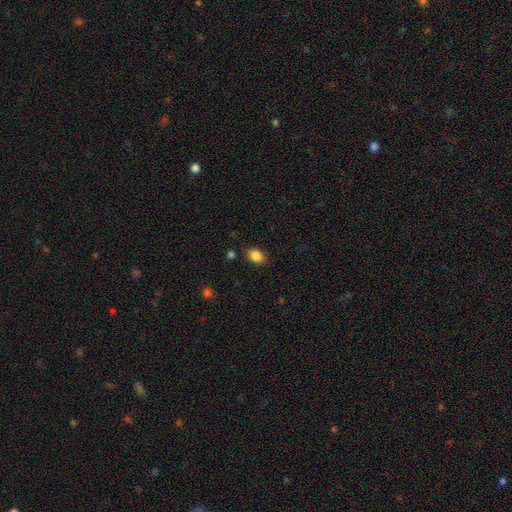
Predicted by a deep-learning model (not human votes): Smooth or featured?
  - smooth: 86% *
  - star or artifact: 9%
  - featured or disk: 5%
How rounded?
  - in between: 78% *
  - round: 21%
  - cigar-shaped: 1%
Merging?
  - none: 84% *
  - minor disturbance: 11%
  - major disturbance: 3%
  - merger: 2%